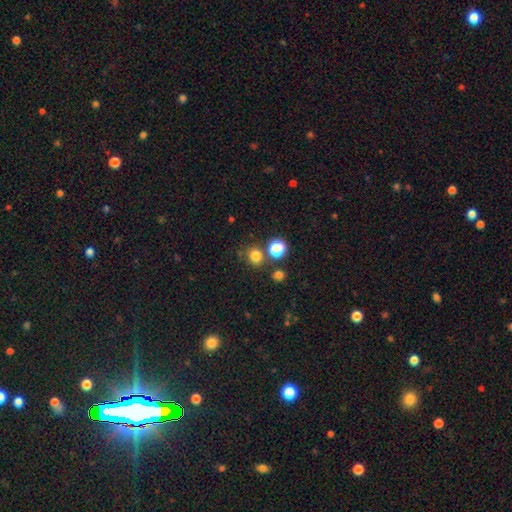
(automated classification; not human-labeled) smooth_or_featured: smooth (p=0.77) [alt: star or artifact p=0.17]
how_rounded: round (p=0.85) [alt: in between p=0.14]
merging: none (p=0.74) [alt: merger p=0.13]